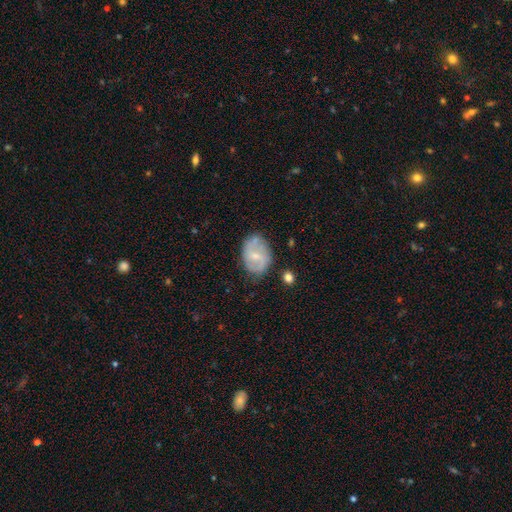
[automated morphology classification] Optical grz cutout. It shows a featured or disk galaxy (60%) with a weak bar (51%), spiral arms (73%) and a small central bulge (60%). Merging: none (65%).